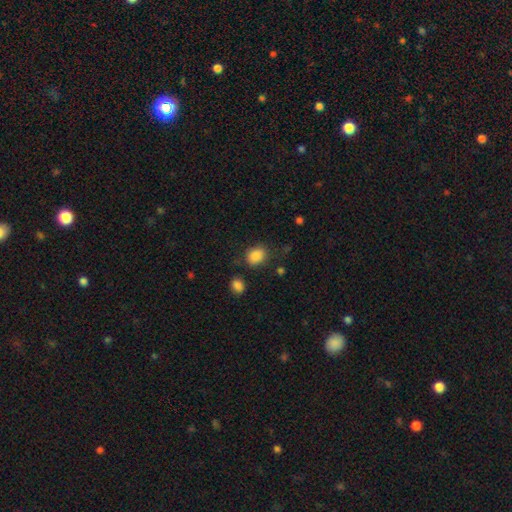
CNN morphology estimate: A smooth galaxy with no disk features (87%) that is in between round and cigar-shaped (55%).

Vote fractions:
- Smooth or featured? smooth: 87% / star or artifact: 9% / featured or disk: 4%
- How rounded? in between: 55% / round: 44% / cigar-shaped: 1%
- Merging? none: 73% / minor disturbance: 16% / major disturbance: 6% / merger: 5%